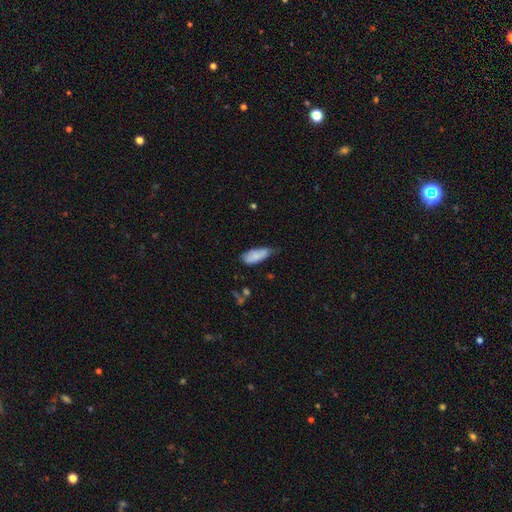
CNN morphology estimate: smooth-or-featured: smooth: 79% | featured or disk: 15% | star or artifact: 7%
  how-rounded: in between: 87% | cigar-shaped: 11% | round: 2%
  merging: minor disturbance: 49% | none: 37% | major disturbance: 11% | merger: 3%